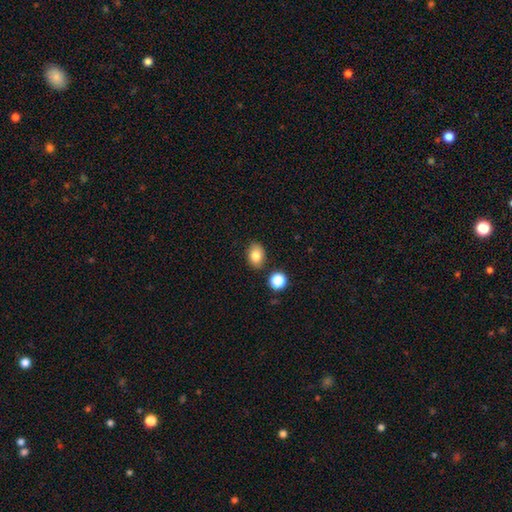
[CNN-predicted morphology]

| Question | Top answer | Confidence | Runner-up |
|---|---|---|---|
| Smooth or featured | smooth | 83% | star or artifact (9%) |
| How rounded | in between | 72% | round (27%) |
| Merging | none | 82% | minor disturbance (11%) |